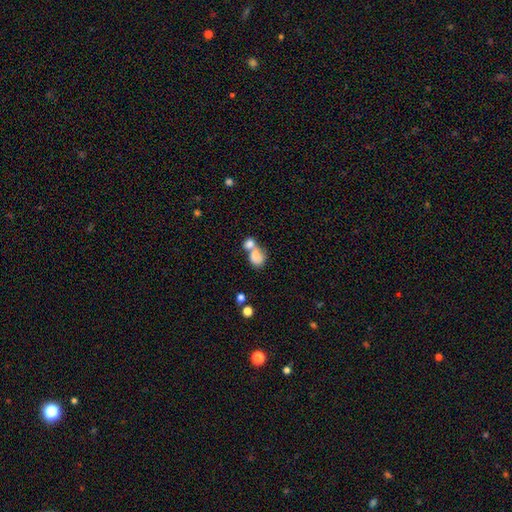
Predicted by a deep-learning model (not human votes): smooth 75%, featured or disk 17%, star or artifact 9%. Down the decision tree: how rounded — in between (53%); merging — merger (69%).